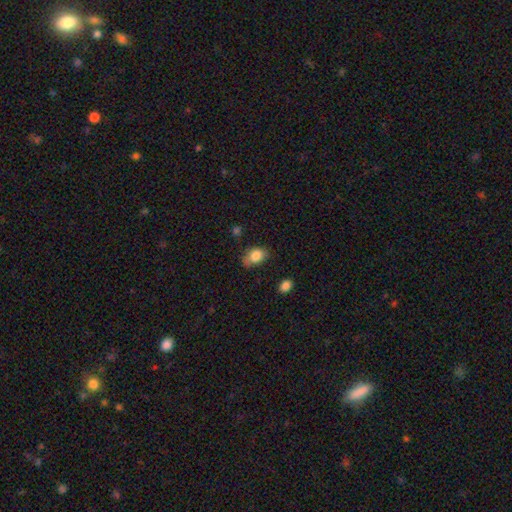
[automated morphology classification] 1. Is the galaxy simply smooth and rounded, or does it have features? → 84% smooth, 8% featured or disk, 8% star or artifact.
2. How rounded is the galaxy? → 80% in between, 19% round, 1% cigar-shaped.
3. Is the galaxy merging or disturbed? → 58% none, 31% minor disturbance, 8% major disturbance, 3% merger.